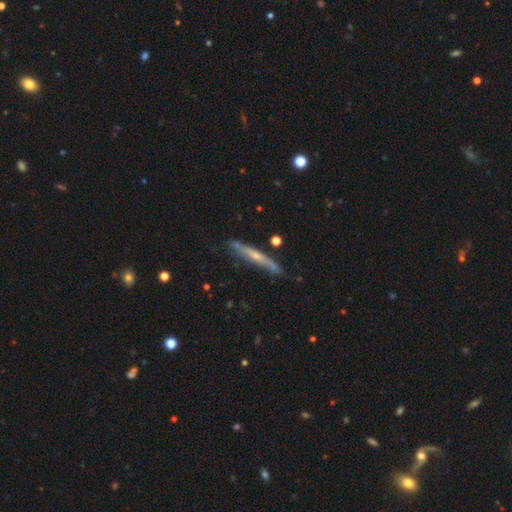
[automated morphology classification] This appears to be a featured or disk galaxy (63%) viewed edge-on (91%) with a rounded central bulge (58%). Merging: none (78%).